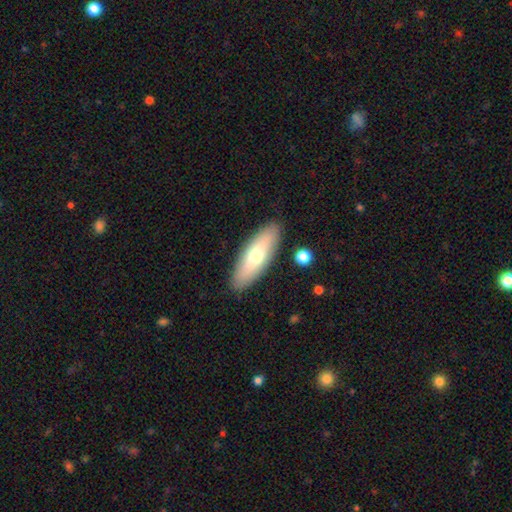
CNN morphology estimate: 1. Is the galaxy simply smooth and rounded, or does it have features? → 63% smooth, 31% featured or disk, 6% star or artifact.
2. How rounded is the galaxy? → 55% in between, 43% cigar-shaped, 2% round.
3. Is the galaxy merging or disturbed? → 88% none, 8% minor disturbance, 2% major disturbance, 2% merger.